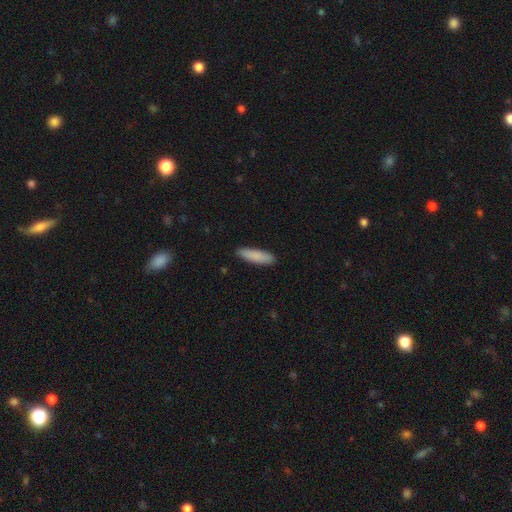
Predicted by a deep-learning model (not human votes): smooth-or-featured: smooth: 87% | featured or disk: 7% | star or artifact: 6%
  how-rounded: cigar-shaped: 68% | in between: 31% | round: 1%
  merging: none: 89% | minor disturbance: 9% | major disturbance: 2% | merger: 1%